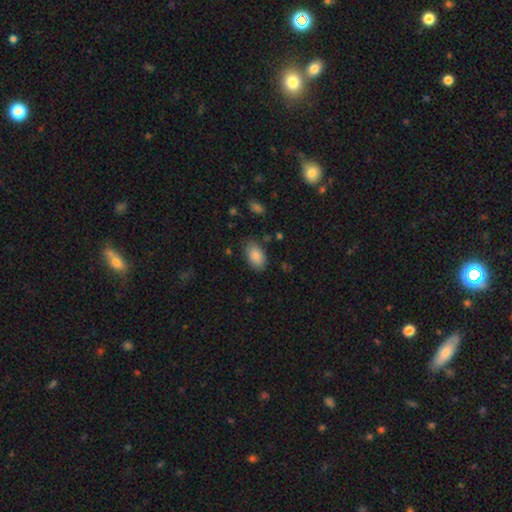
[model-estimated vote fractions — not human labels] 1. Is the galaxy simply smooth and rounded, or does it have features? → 85% smooth, 8% featured or disk, 7% star or artifact.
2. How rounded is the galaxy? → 92% in between, 6% round, 2% cigar-shaped.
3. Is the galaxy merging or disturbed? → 78% none, 16% minor disturbance, 4% major disturbance, 2% merger.